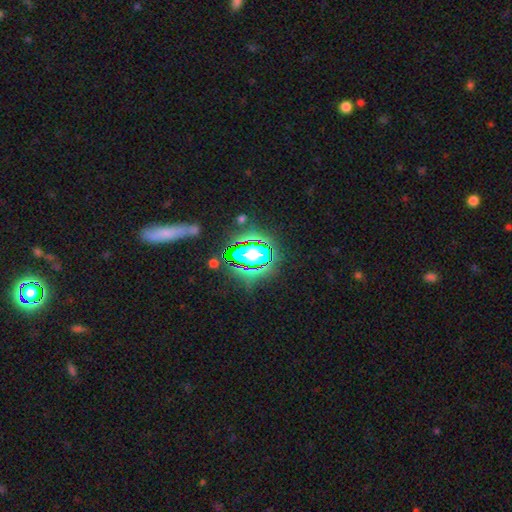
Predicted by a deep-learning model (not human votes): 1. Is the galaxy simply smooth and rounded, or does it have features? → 71% star or artifact, 17% smooth, 12% featured or disk.